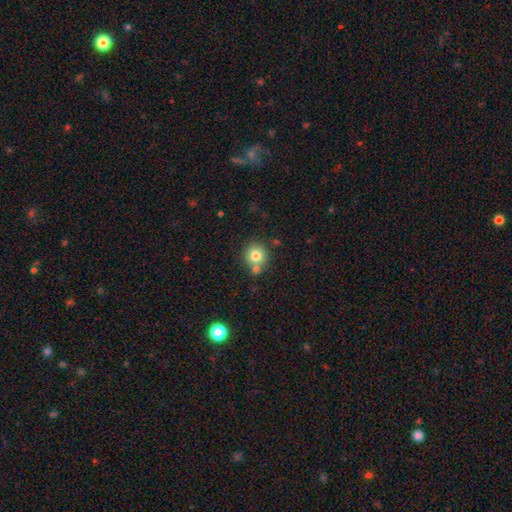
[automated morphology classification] Smooth or featured?
  - smooth: 79% *
  - star or artifact: 11%
  - featured or disk: 10%
How rounded?
  - round: 90% *
  - in between: 9%
  - cigar-shaped: 1%
Merging?
  - none: 65% *
  - merger: 23%
  - minor disturbance: 9%
  - major disturbance: 3%